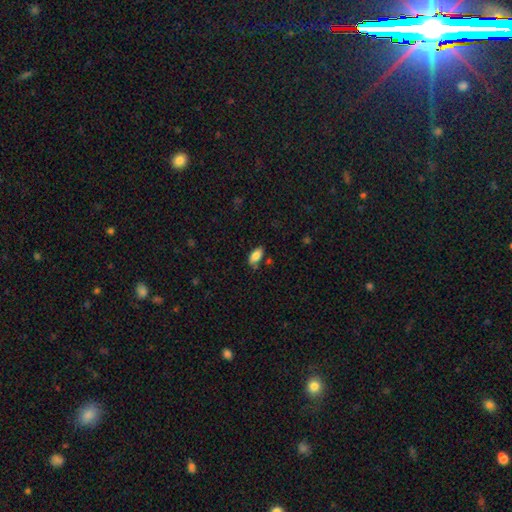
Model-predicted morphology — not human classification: The model was most divided on "merging": none: 72%, minor disturbance: 19%, merger: 4%, major disturbance: 4%. More confident: how rounded — in between (90%); smooth or featured — smooth (84%).